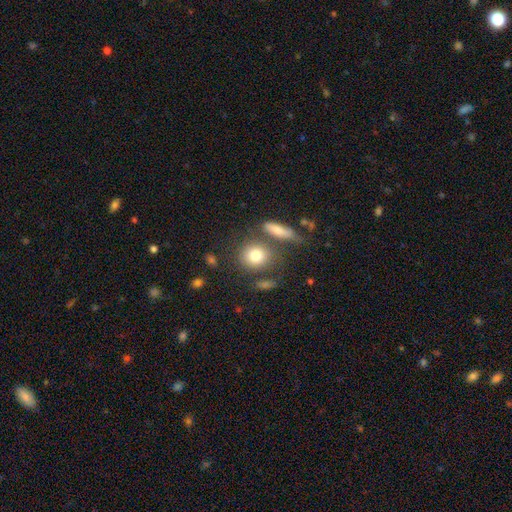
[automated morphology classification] A smooth galaxy with no disk features (79%) that is round (71%).

Vote fractions:
- Smooth or featured? smooth: 79% / featured or disk: 12% / star or artifact: 9%
- How rounded? round: 71% / in between: 27% / cigar-shaped: 3%
- Merging? none: 65% / merger: 17% / minor disturbance: 12% / major disturbance: 6%